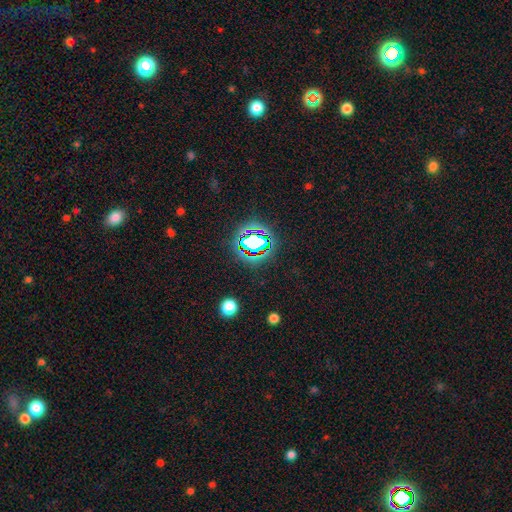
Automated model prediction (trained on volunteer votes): This is likely a star or artifact rather than a galaxy (75%).